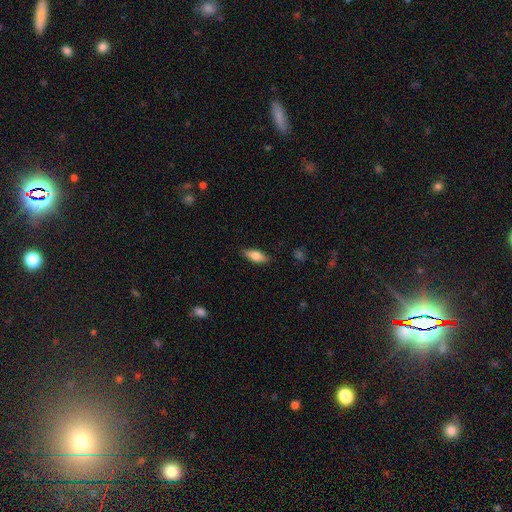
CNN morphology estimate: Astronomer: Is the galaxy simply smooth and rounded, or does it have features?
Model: smooth — 74%.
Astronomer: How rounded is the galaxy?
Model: in between — 73%.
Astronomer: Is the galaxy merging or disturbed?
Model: none — 86%.